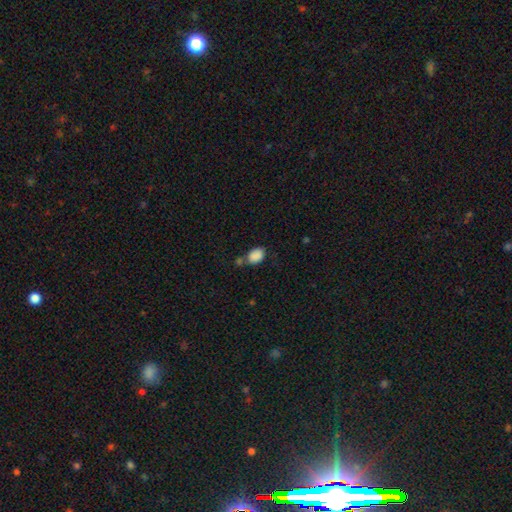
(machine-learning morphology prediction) Smooth or featured: smooth — 88% (star or artifact — 8%)
How rounded: in between — 82% (round — 17%)
Merging: none — 54% (merger — 23%)